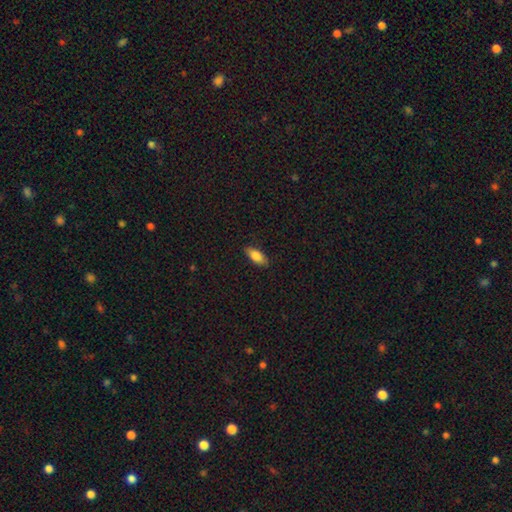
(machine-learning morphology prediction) Smooth or featured? smooth (82%)
How rounded? in between (80%)
Merging? none (86%)